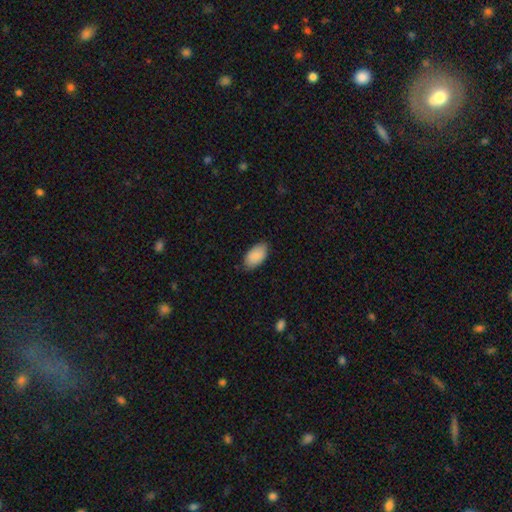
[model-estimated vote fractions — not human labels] Smooth or featured?
  - smooth: 90% *
  - star or artifact: 6%
  - featured or disk: 4%
How rounded?
  - in between: 95% *
  - round: 3%
  - cigar-shaped: 1%
Merging?
  - none: 81% *
  - minor disturbance: 15%
  - major disturbance: 3%
  - merger: 1%